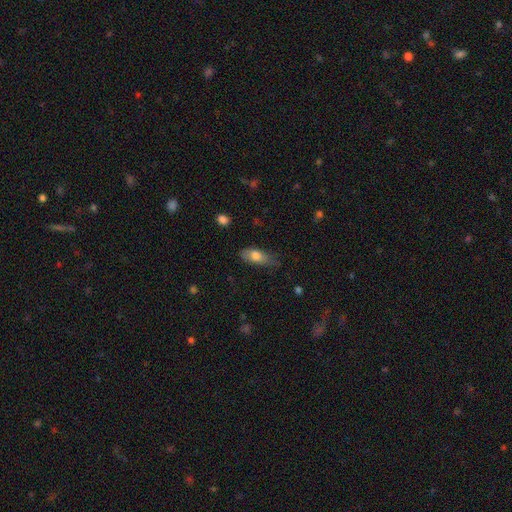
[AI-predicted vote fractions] Overall: smooth (75%). How rounded: in between (77%). Merging: none (60%; minor disturbance 30%).